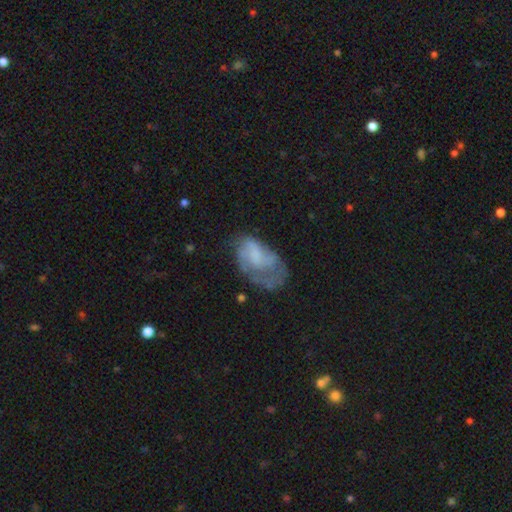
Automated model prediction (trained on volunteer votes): Morphology: type=featured or disk (51%); edge-on=no (97%); merging=major disturbance (36%).